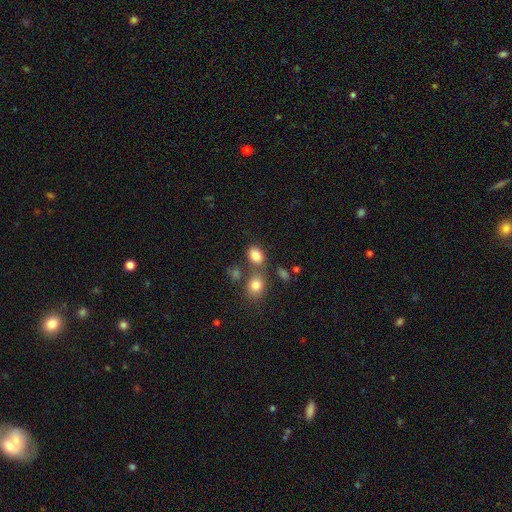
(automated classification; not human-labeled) Smooth or featured? smooth (83%)
How rounded? in between (76%)
Merging? none (60%)